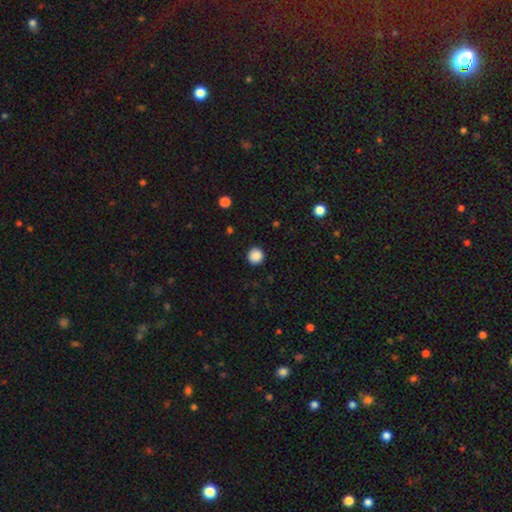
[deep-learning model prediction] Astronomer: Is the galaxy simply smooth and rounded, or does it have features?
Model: smooth — 88%.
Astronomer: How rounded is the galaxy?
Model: round — 95%.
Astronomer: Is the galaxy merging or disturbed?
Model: none — 92%.